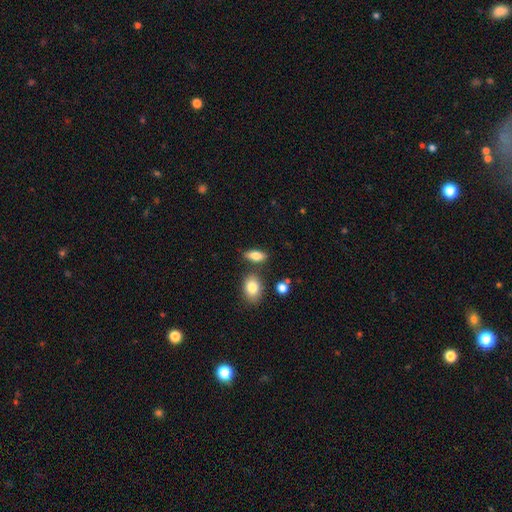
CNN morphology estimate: The model was most divided on "merging": none: 75%, minor disturbance: 12%, merger: 10%, major disturbance: 3%. More confident: how rounded — in between (82%); smooth or featured — smooth (78%).